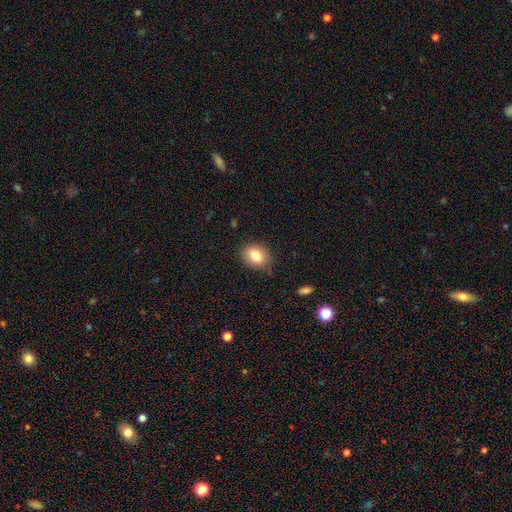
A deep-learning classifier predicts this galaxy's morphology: The model was most divided on "how rounded": in between: 66%, round: 33%, cigar-shaped: 1%. More confident: smooth or featured — smooth (82%); merging — none (81%).